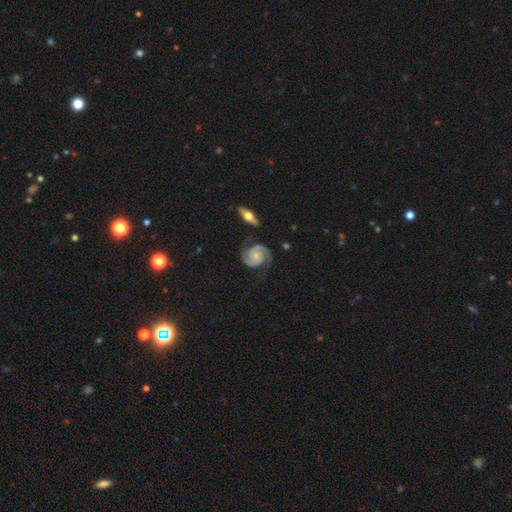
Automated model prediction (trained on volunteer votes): Overall: featured or disk (88%). Edge-on disk: no (97%). Bar: no (68%). Spiral arms: yes (98%). Spiral arm count: 2 (92%). Spiral winding: medium (46%; tight 43%). Bulge size: small (50%; moderate 34%). Merging: none (74%).